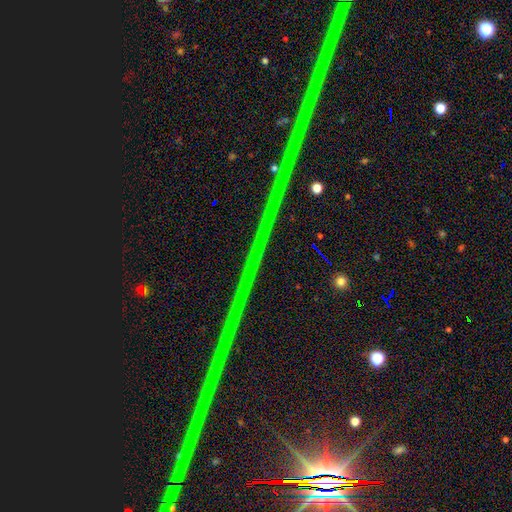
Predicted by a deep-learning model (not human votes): Smooth or featured: star or artifact — 89% (featured or disk — 6%)